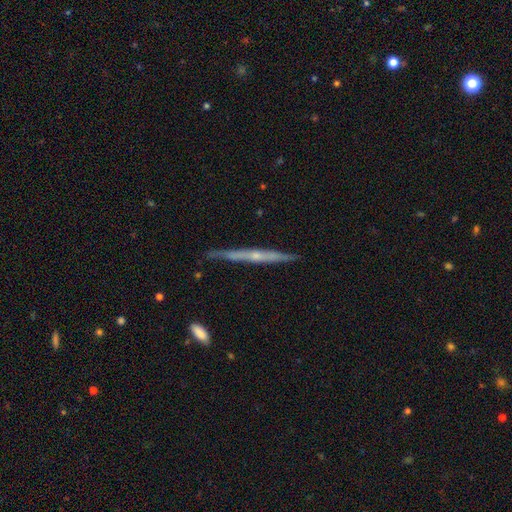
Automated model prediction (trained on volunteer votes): Overall: featured or disk (72%). Edge-on disk: yes (97%). Edge-on bulge: rounded (51%; none 44%). Merging: none (85%).